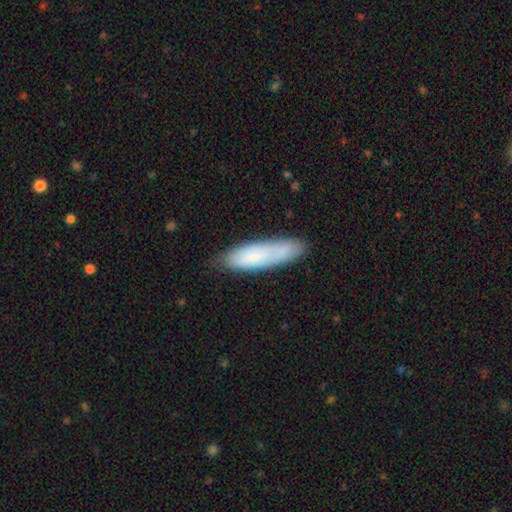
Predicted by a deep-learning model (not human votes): Q: Smooth or featured?
A: smooth (68%); runner-up: featured or disk (25%)
Q: How rounded?
A: cigar-shaped (60%); runner-up: in between (39%)
Q: Merging?
A: none (71%); runner-up: minor disturbance (21%)